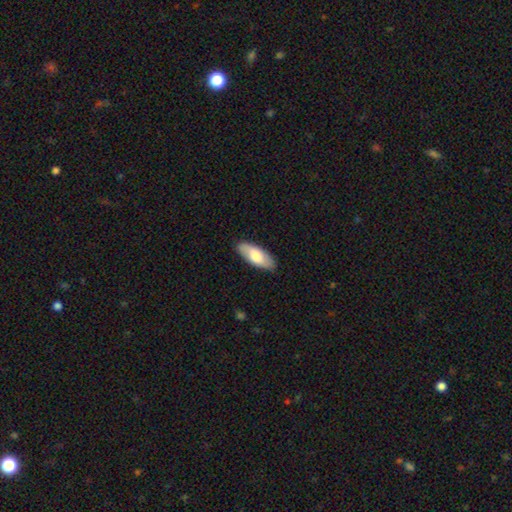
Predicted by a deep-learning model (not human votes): The model was most divided on "smooth or featured": smooth: 67%, featured or disk: 28%, star or artifact: 5%. More confident: merging — none (87%); how rounded — in between (80%).